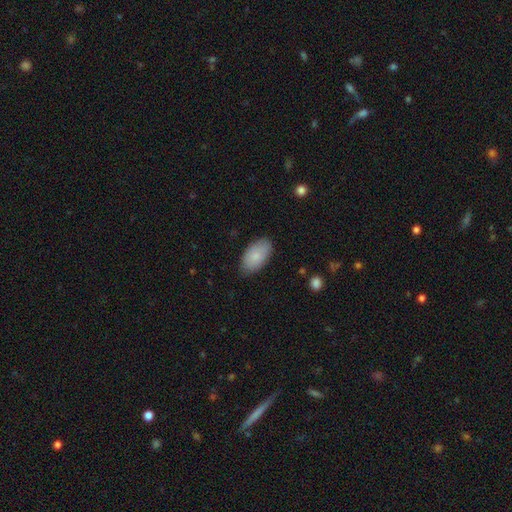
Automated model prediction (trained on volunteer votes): Overall: smooth (84%). How rounded: in between (95%). Merging: none (82%).